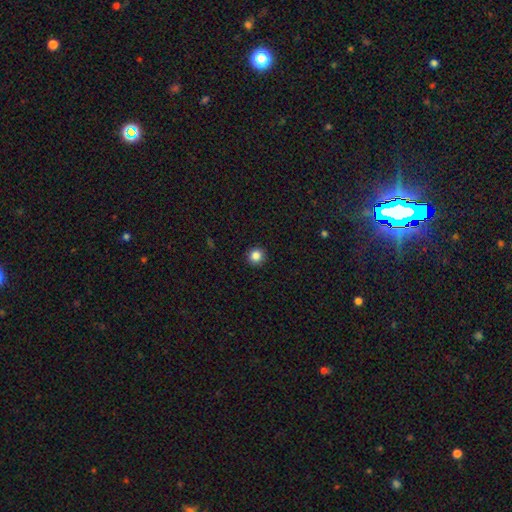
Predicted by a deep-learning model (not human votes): Overall: smooth (85%). How rounded: round (95%). Merging: none (93%).